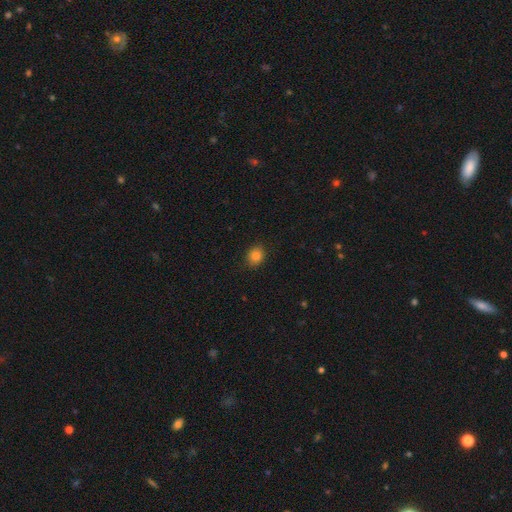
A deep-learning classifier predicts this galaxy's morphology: smooth-or-featured: smooth: 83% | star or artifact: 11% | featured or disk: 5%
  how-rounded: round: 65% | in between: 34% | cigar-shaped: 1%
  merging: none: 88% | minor disturbance: 9% | major disturbance: 2% | merger: 1%